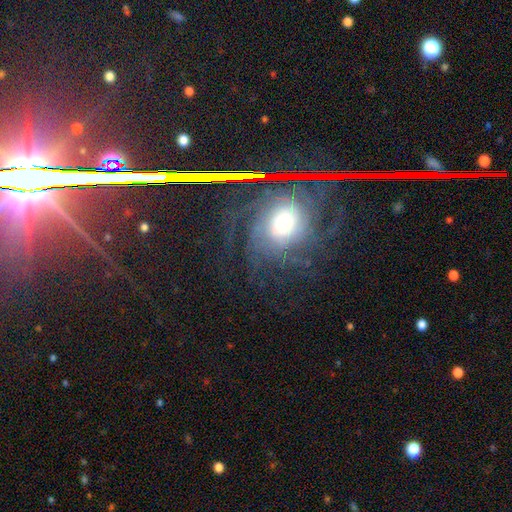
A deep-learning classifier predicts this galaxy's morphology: A featured or disk galaxy (65%) with no bar (68%), tight (53%) spiral arms (91%) and a moderate central bulge (51%). Merging: none (67%).